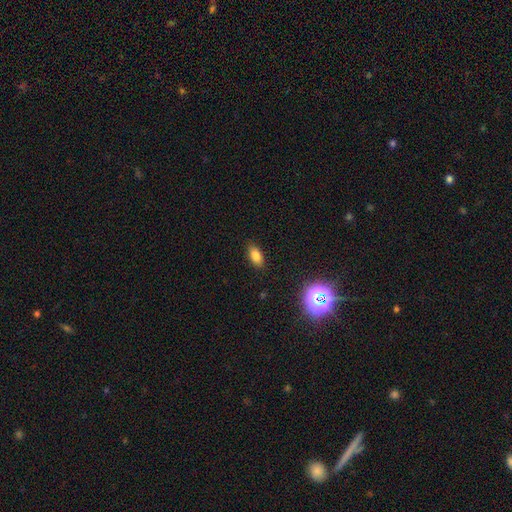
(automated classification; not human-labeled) Smooth or featured? Predicted: smooth (p=0.81). How rounded? Predicted: in between (p=0.88). Merging? Predicted: none (p=0.87).